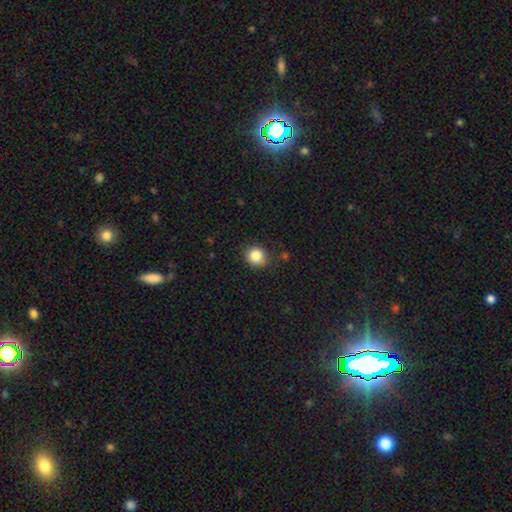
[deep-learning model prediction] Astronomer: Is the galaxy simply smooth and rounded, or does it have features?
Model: smooth — 85%.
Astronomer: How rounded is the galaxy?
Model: round — 87%.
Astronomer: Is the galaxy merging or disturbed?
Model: none — 78%.